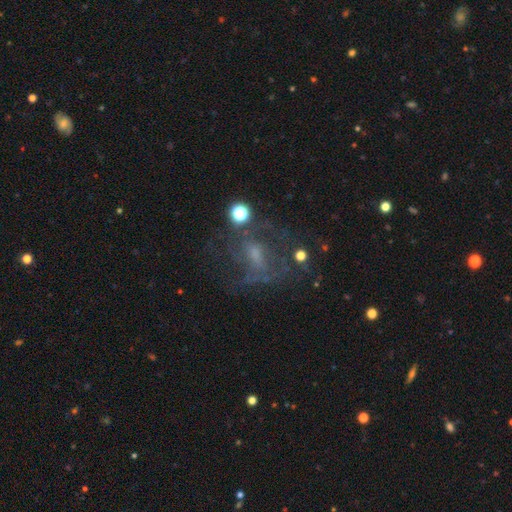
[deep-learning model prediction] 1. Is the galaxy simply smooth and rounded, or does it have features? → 57% featured or disk, 22% star or artifact, 22% smooth.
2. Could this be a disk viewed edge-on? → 96% no, 4% yes.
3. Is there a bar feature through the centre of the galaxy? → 51% no, 38% weak, 11% strong.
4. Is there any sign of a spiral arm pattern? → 51% yes, 49% no.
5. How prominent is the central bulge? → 43% small, 26% none, 26% moderate, 3% large, 1% dominant.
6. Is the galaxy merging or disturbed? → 49% none, 28% major disturbance, 18% minor disturbance, 6% merger.